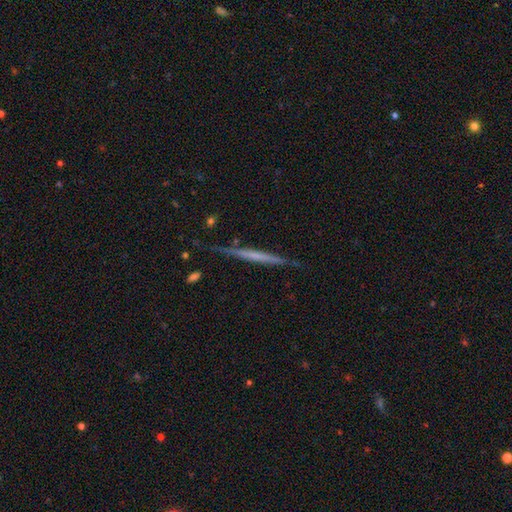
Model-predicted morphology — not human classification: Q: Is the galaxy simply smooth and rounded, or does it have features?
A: featured or disk — 58%.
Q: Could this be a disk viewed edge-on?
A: yes — 97%.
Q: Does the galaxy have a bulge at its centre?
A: none — 82%.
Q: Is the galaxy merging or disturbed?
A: none — 83%.